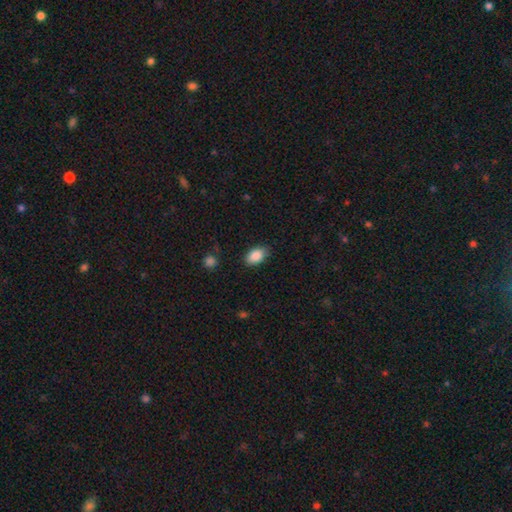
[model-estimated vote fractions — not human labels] A smooth galaxy with no disk features (87%) that is in between round and cigar-shaped (90%). Merging: none (84%).